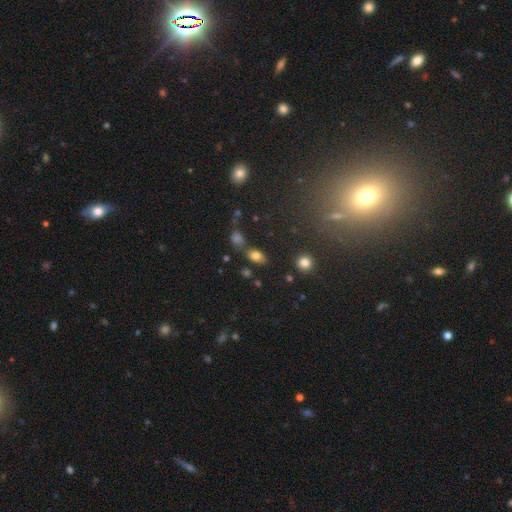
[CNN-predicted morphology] A smooth galaxy with no disk features (79%) that is in between round and cigar-shaped (88%). Merging: none (67%).